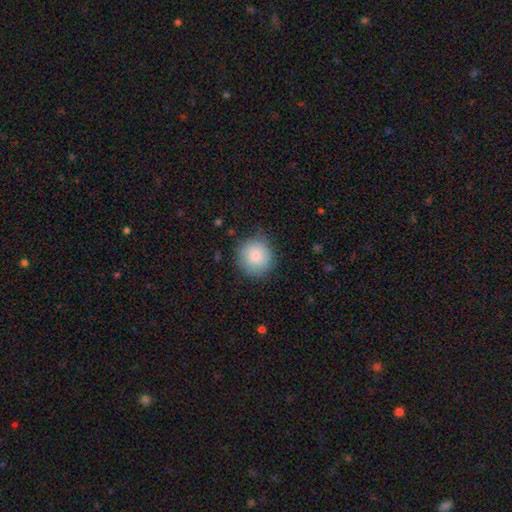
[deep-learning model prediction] This is clearly a smooth galaxy (84%). How rounded: clearly round (91%). Merging: likely none (77%).